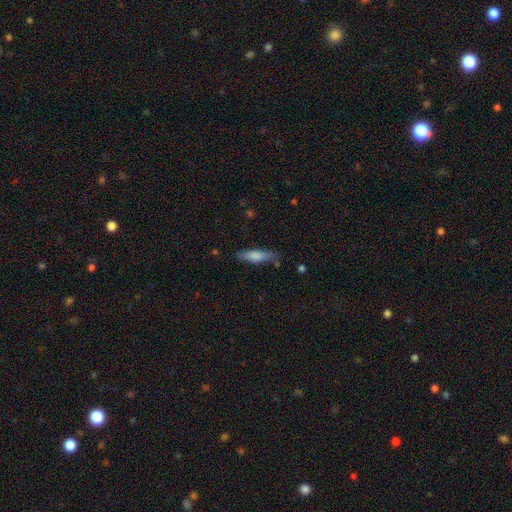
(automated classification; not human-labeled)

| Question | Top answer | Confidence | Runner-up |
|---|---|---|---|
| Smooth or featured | smooth | 78% | featured or disk (16%) |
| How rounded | cigar-shaped | 65% | in between (34%) |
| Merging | none | 78% | minor disturbance (16%) |